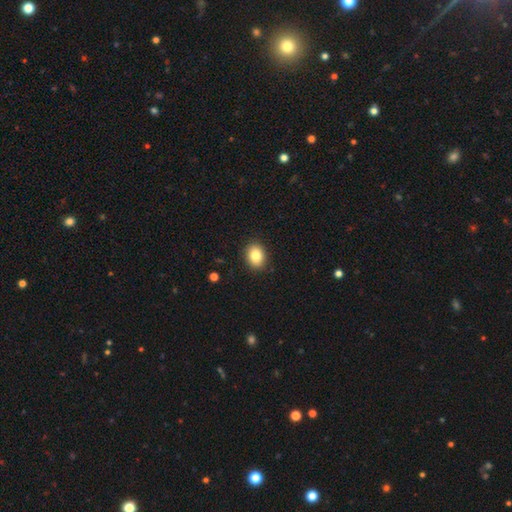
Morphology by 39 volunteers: Smooth or featured: smooth — 79% (featured or disk — 10%)
How rounded: in between — 61% (round — 39%)
Merging: none — 94% (minor disturbance — 6%)